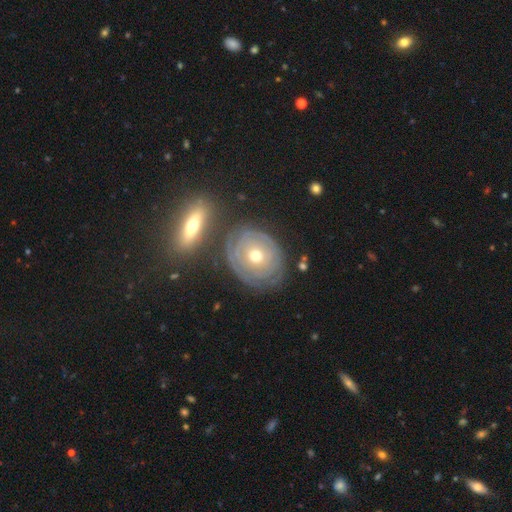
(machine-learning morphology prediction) Smooth or featured? Predicted: featured or disk (p=0.74). Edge-on disk? Predicted: no (p=0.95). Bar? Predicted: no (p=0.83). Spiral arms? Predicted: yes (p=0.77). Spiral winding? Predicted: tight (p=0.84). Spiral arm count? Predicted: can't tell (p=0.51). Bulge size? Predicted: moderate (p=0.60). Merging? Predicted: none (p=0.72).